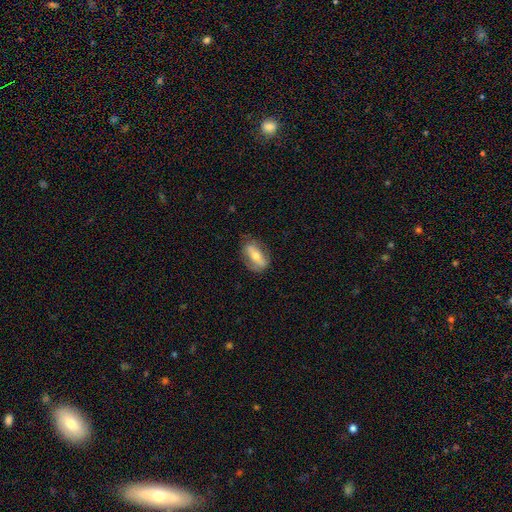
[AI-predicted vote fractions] featured or disk 49%, smooth 44%, star or artifact 6%. Down the decision tree: merging — none (70%).